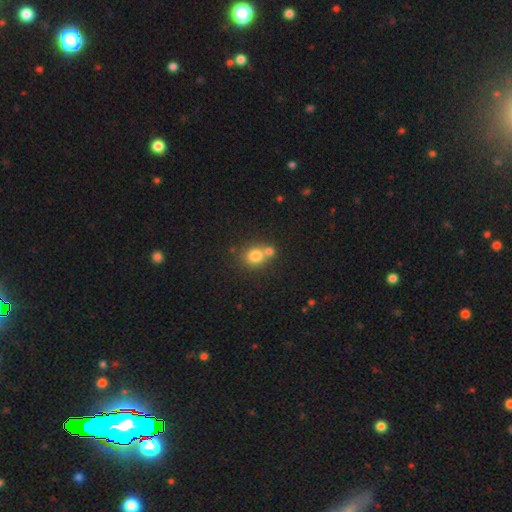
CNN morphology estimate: Smooth or featured: smooth — 77% (star or artifact — 12%)
How rounded: round — 78% (in between — 21%)
Merging: none — 47% (merger — 42%)